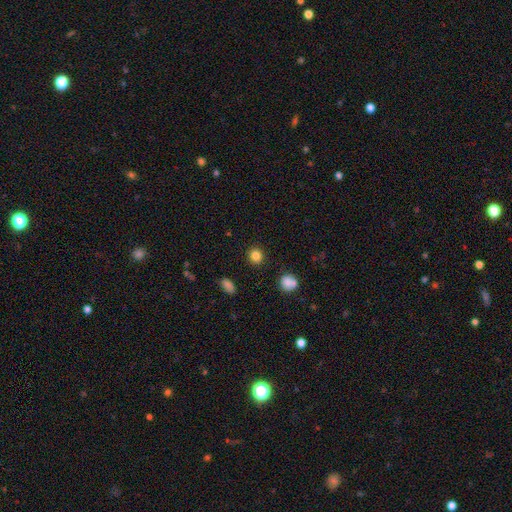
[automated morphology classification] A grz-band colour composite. It shows a smooth galaxy with no disk features (84%) that is round (82%). Merging: none (89%).